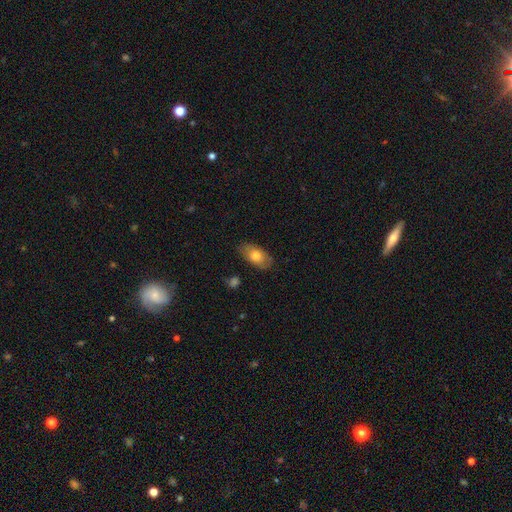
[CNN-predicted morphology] smooth_or_featured: smooth (p=0.72) [alt: featured or disk p=0.21]
how_rounded: in between (p=0.91) [alt: round p=0.06]
merging: none (p=0.79) [alt: minor disturbance p=0.16]